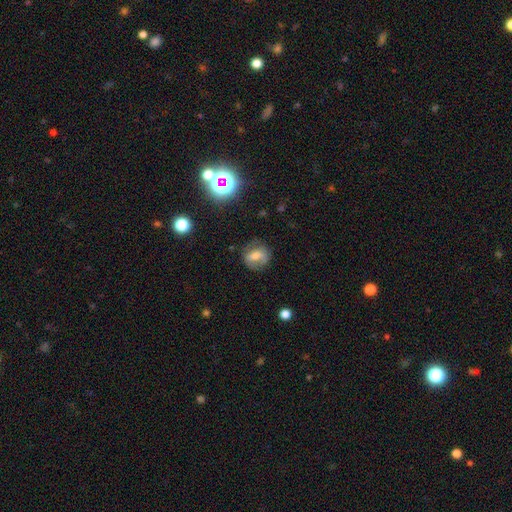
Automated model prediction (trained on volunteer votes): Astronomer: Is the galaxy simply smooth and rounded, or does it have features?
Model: smooth — 55% (runner-up: featured or disk, 32%).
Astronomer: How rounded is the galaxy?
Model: round — 65%.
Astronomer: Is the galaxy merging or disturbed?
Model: none — 70%.